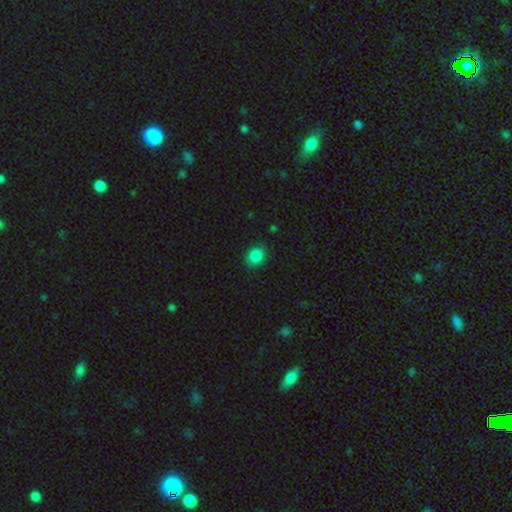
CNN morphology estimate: This is clearly a smooth galaxy (86%). How rounded: likely round (74%). Merging: clearly none (86%).